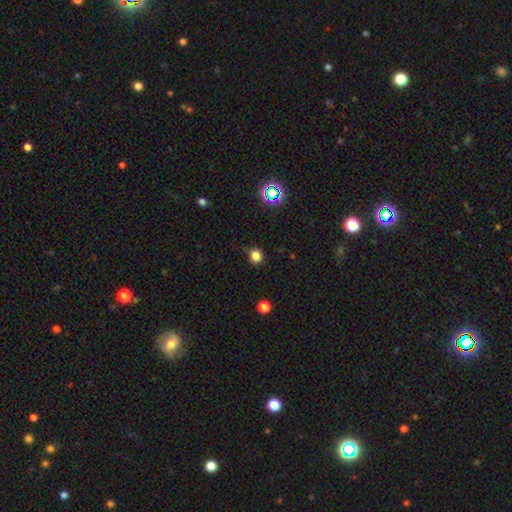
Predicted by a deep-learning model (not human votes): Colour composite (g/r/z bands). It shows a smooth galaxy with no disk features (80%) that is round (86%). Merging: none (75%).